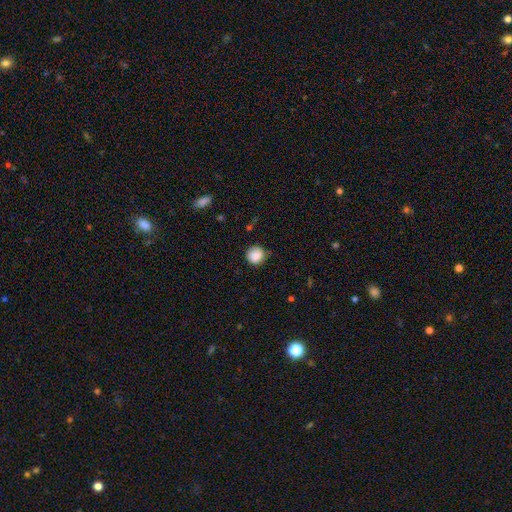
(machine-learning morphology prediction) Overall: smooth (87%). How rounded: round (89%). Merging: none (78%).